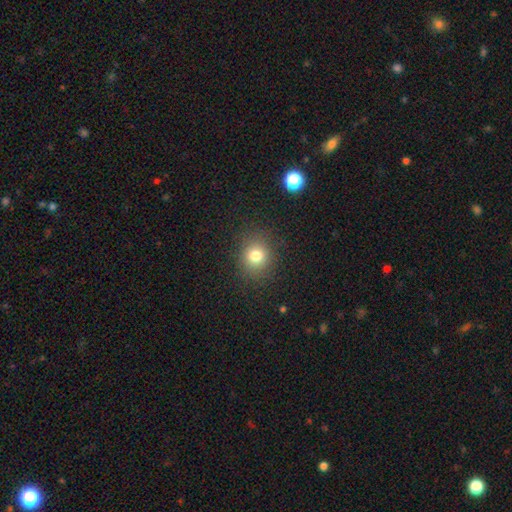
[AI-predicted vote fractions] Smooth or featured?
  - smooth: 78% *
  - star or artifact: 14%
  - featured or disk: 7%
How rounded?
  - round: 82% *
  - in between: 17%
  - cigar-shaped: 1%
Merging?
  - none: 87% *
  - minor disturbance: 8%
  - major disturbance: 3%
  - merger: 1%